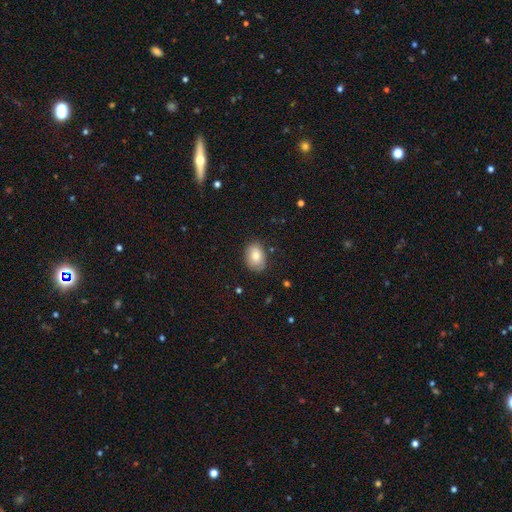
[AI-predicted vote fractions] smooth-or-featured: smooth: 77% | featured or disk: 15% | star or artifact: 8%
  how-rounded: in between: 74% | round: 25% | cigar-shaped: 1%
  merging: none: 77% | minor disturbance: 18% | major disturbance: 3% | merger: 1%